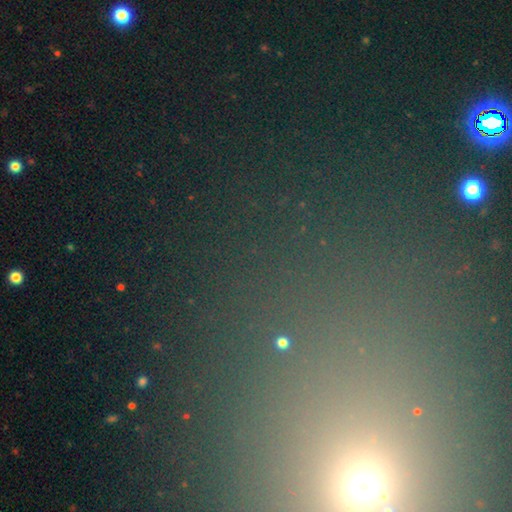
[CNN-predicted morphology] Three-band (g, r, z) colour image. It shows a star or artifact, not a galaxy (70%).